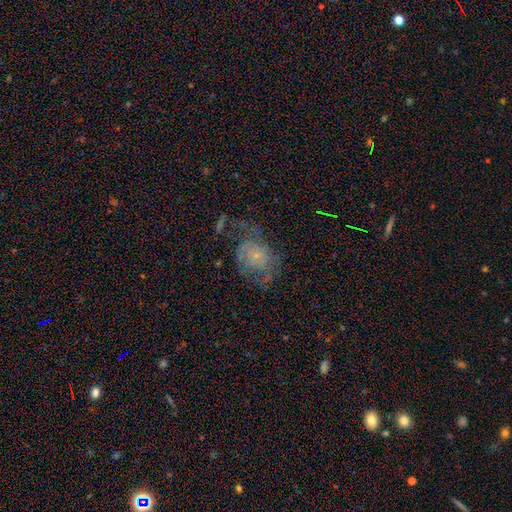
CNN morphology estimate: A featured or disk galaxy (56%) with no bar (83%), spiral arms (65%) and a small central bulge (71%). Merging: major disturbance (38%).